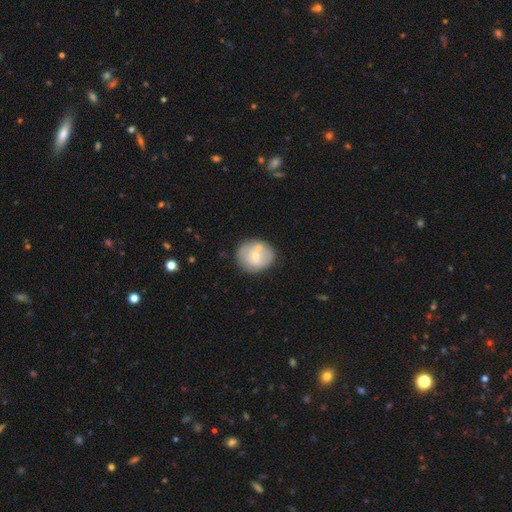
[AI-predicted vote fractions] Smooth or featured? Predicted: smooth (p=0.58). How rounded? Predicted: round (p=0.77). Merging? Predicted: none (p=0.63).